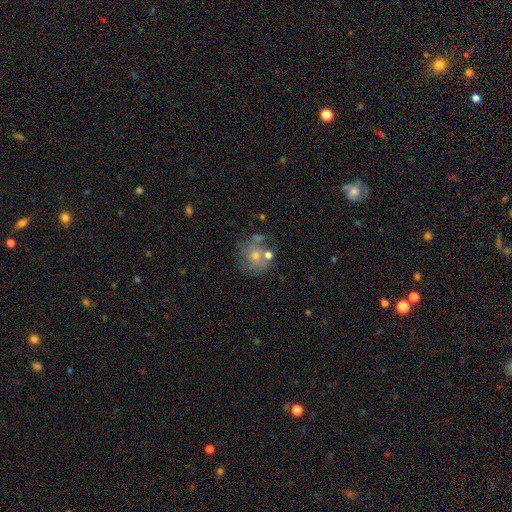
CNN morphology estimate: This is marginally a featured or disk galaxy (43%). Merging: likely none (60%).